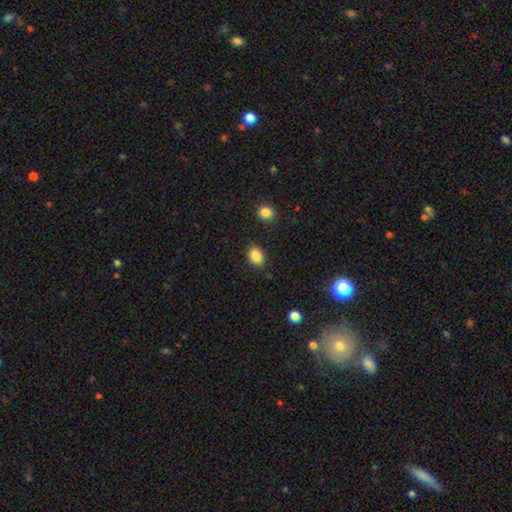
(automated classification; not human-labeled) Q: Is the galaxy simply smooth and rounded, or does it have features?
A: smooth — 87%.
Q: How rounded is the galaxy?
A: in between — 72%.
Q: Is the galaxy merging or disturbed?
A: none — 86%.